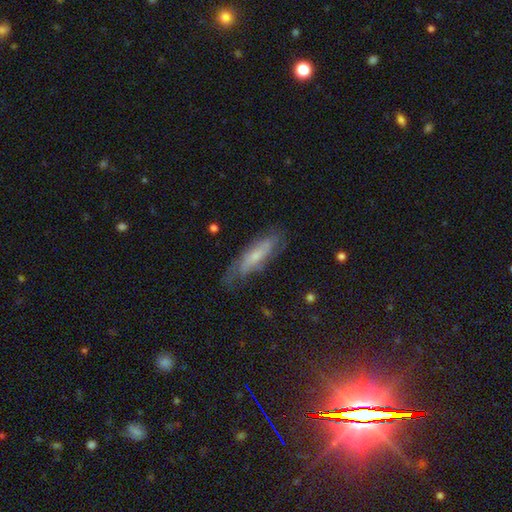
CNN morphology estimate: smooth-or-featured: featured or disk: 54% | smooth: 37% | star or artifact: 9%
  disk-edge-on: no: 67% | yes: 33%
  merging: none: 66% | minor disturbance: 24% | major disturbance: 9% | merger: 2%